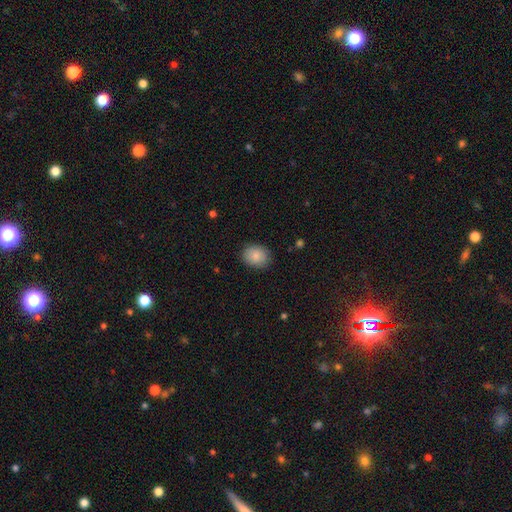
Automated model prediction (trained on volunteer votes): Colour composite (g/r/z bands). It shows a smooth galaxy with no disk features (87%) that is in between round and cigar-shaped (51%). Merging: none (87%).